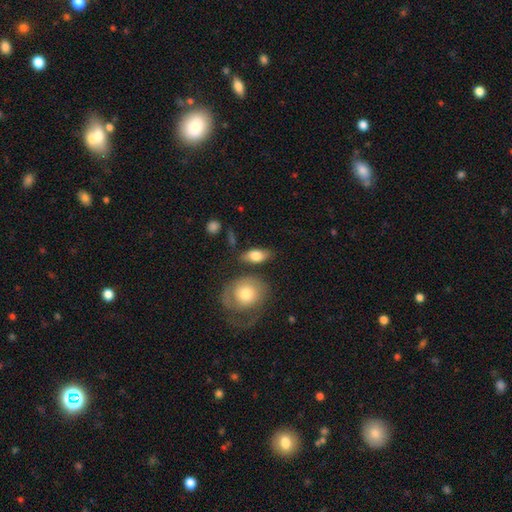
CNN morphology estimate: Smooth or featured?
  - smooth: 74% *
  - featured or disk: 20%
  - star or artifact: 6%
How rounded?
  - in between: 84% *
  - round: 9%
  - cigar-shaped: 7%
Merging?
  - none: 69% *
  - minor disturbance: 16%
  - merger: 10%
  - major disturbance: 5%